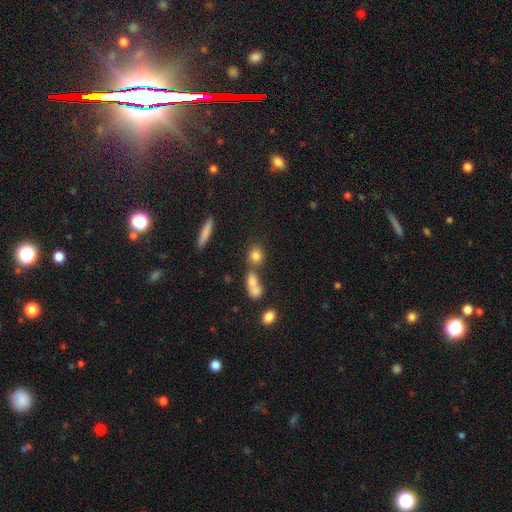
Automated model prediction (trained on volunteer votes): Smooth or featured? Predicted: smooth (p=0.80). How rounded? Predicted: round (p=0.72). Merging? Predicted: none (p=0.58).